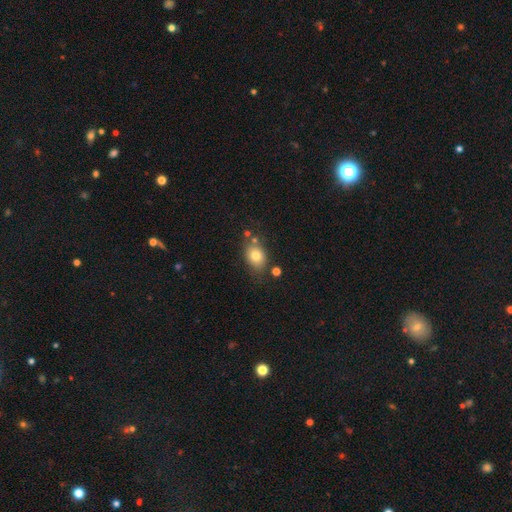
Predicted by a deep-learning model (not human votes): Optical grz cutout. It shows a smooth galaxy with no disk features (78%) that is in between round and cigar-shaped (66%). Merging: none (69%).